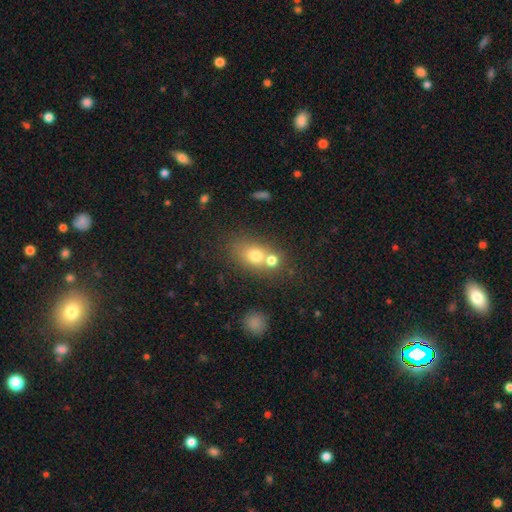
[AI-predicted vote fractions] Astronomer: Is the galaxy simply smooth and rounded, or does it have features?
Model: smooth — 71%.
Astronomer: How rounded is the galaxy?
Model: in between — 53% (runner-up: round, 45%).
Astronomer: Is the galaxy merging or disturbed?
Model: merger — 47% (runner-up: none, 40%).